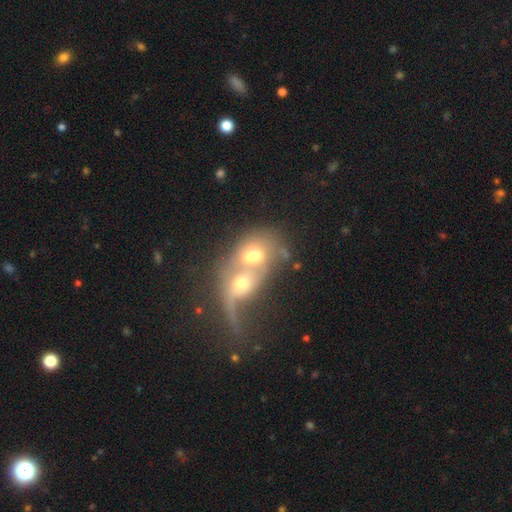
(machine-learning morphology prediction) A featured or disk galaxy (48%). Merging: merger (81%).